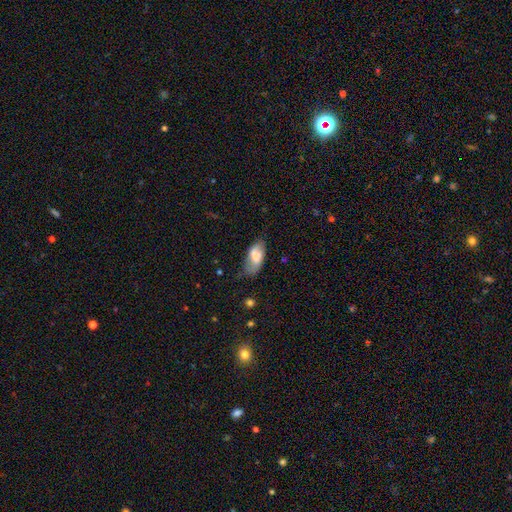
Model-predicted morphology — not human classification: type=smooth (66%); roundness=in between (91%); merging=none (52%).